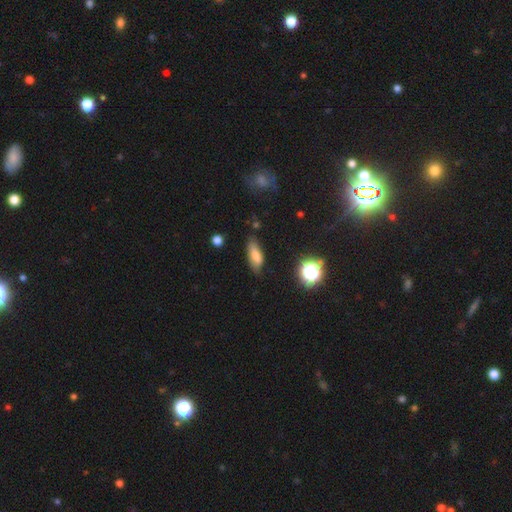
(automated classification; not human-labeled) This appears to be a smooth galaxy with no disk features (72%) that is in between round and cigar-shaped (68%). Merging: none (69%).